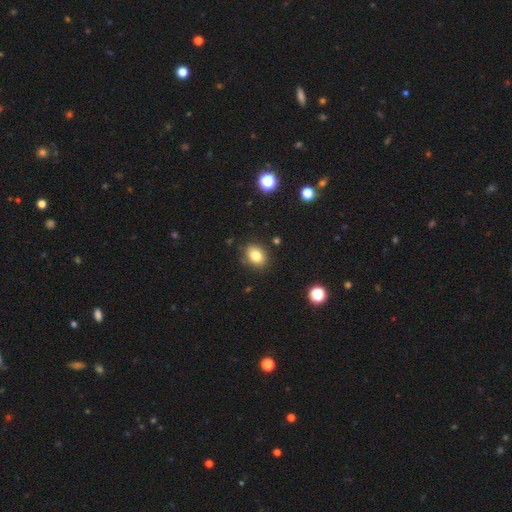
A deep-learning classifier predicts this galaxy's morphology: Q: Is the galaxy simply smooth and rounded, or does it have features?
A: smooth — 81%.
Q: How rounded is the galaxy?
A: in between — 62%.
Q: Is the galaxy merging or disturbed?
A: none — 85%.